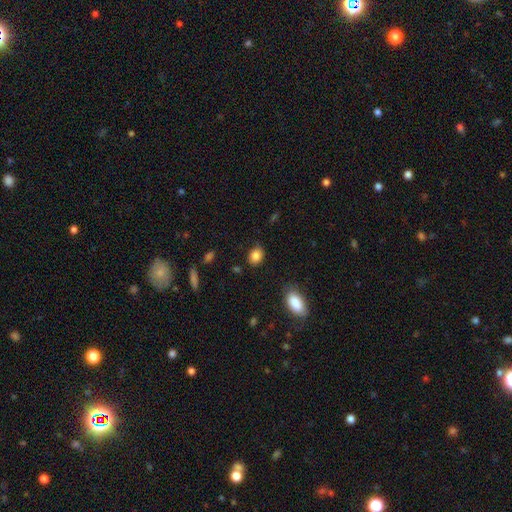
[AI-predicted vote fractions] The model was most divided on "how rounded": in between: 58%, round: 40%, cigar-shaped: 1%. More confident: smooth or featured — smooth (85%); merging — none (74%).